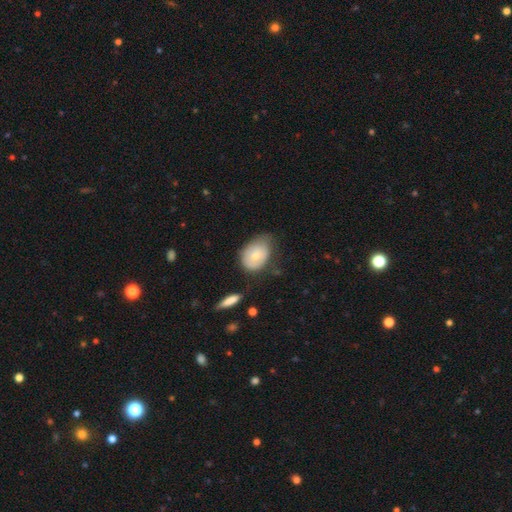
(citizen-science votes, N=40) Smooth or featured: smooth — 72% (featured or disk — 20%)
How rounded: in between — 76% (round — 21%)
Merging: none — 43% (tied with minor disturbance — 43%)